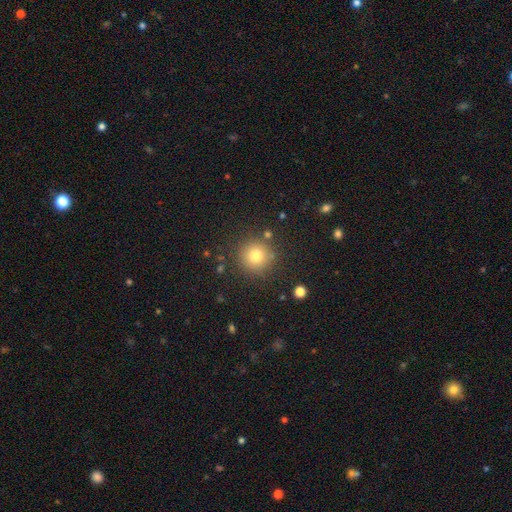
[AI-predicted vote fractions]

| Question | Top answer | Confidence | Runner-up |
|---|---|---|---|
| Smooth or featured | smooth | 78% | star or artifact (14%) |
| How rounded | round | 94% | in between (5%) |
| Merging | none | 87% | minor disturbance (7%) |